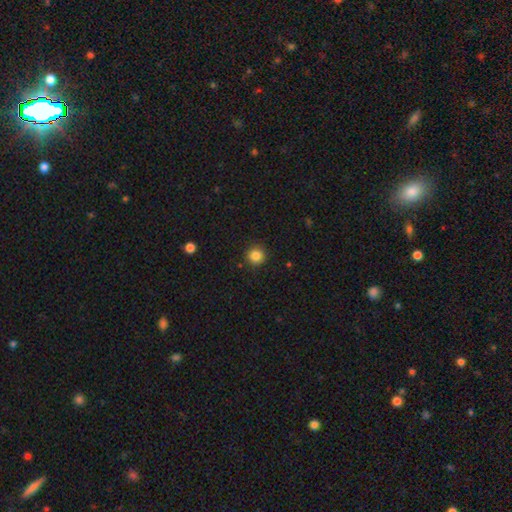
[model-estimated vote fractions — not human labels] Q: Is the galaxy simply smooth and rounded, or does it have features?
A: smooth — 84%.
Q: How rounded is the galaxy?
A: round — 95%.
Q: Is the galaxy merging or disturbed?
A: none — 91%.